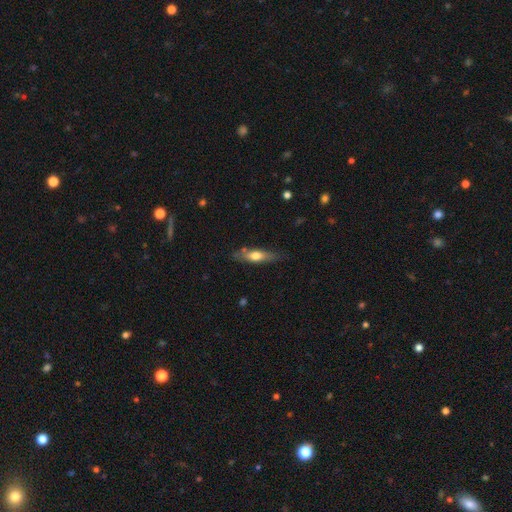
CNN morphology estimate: smooth_or_featured: smooth (p=0.57) [alt: featured or disk p=0.37]
how_rounded: cigar-shaped (p=0.60) [alt: in between p=0.38]
merging: none (p=0.73) [alt: minor disturbance p=0.19]